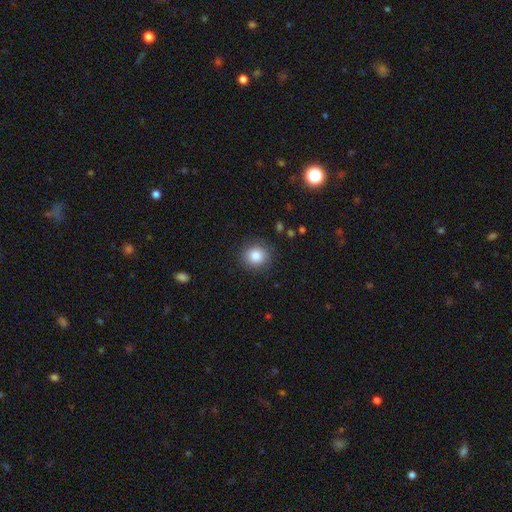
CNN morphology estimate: smooth-or-featured: smooth: 84% | star or artifact: 9% | featured or disk: 6%
  how-rounded: round: 87% | in between: 12% | cigar-shaped: 1%
  merging: none: 86% | minor disturbance: 9% | major disturbance: 3% | merger: 1%